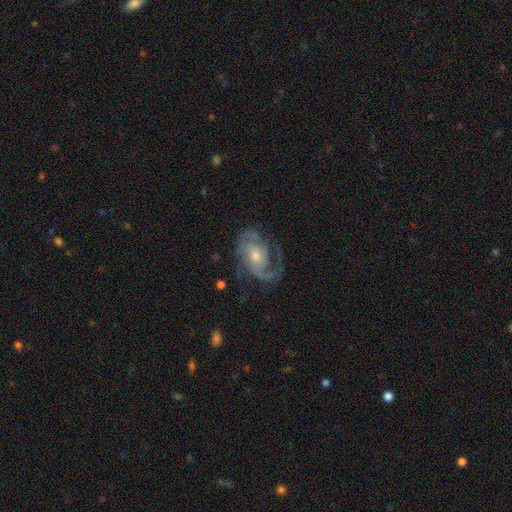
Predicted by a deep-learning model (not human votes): Q: Smooth or featured?
A: featured or disk (87%); runner-up: smooth (8%)
Q: Edge-on disk?
A: no (97%); runner-up: yes (3%)
Q: Bar?
A: no (67%); runner-up: weak (27%)
Q: Spiral arms?
A: yes (95%); runner-up: no (5%)
Q: Spiral winding?
A: medium (49%); runner-up: tight (29%)
Q: Spiral arm count?
A: 2 (50%); runner-up: 3 (18%)
Q: Bulge size?
A: moderate (49%); runner-up: small (45%)
Q: Merging?
A: none (61%); runner-up: minor disturbance (19%)